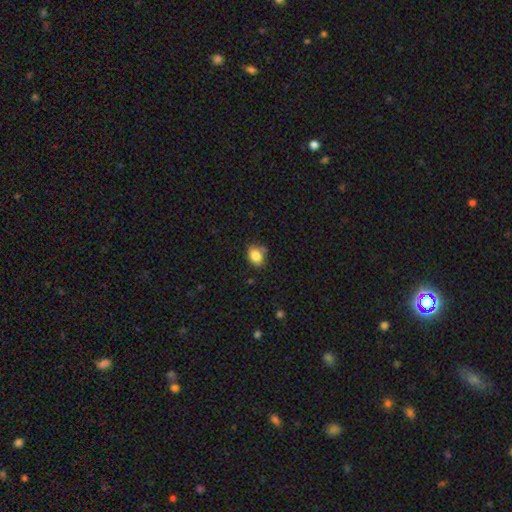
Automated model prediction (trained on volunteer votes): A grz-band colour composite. It shows a smooth galaxy with no disk features (83%) that is in between round and cigar-shaped (67%). Merging: none (68%).